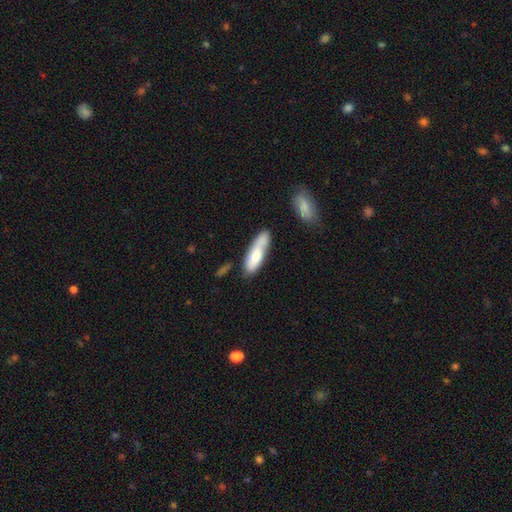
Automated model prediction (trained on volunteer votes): This appears to be a smooth galaxy with no disk features (71%) that is cigar-shaped (53%). Merging: none (48%).